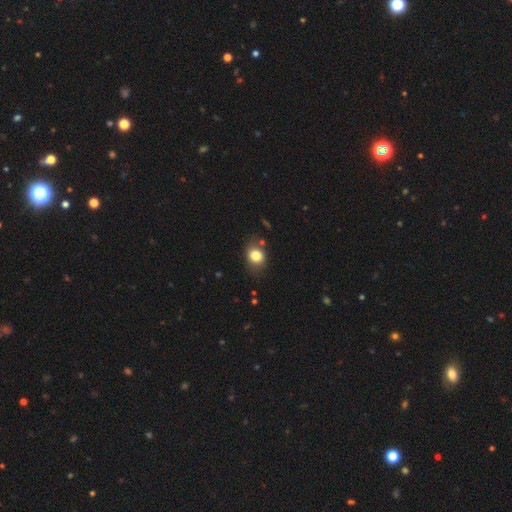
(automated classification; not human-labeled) Smooth or featured? smooth (80%)
How rounded? round (51%)
Merging? none (74%)